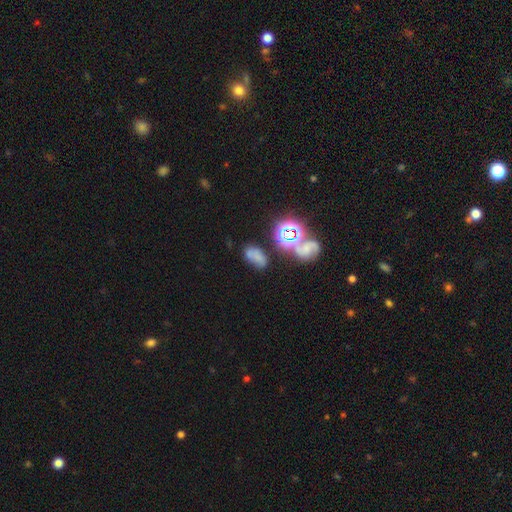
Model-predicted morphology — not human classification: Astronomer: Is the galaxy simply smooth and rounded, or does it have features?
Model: smooth — 52%.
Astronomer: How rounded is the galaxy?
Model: in between — 83%.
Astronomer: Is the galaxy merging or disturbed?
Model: none — 42% (runner-up: minor disturbance, 22%).